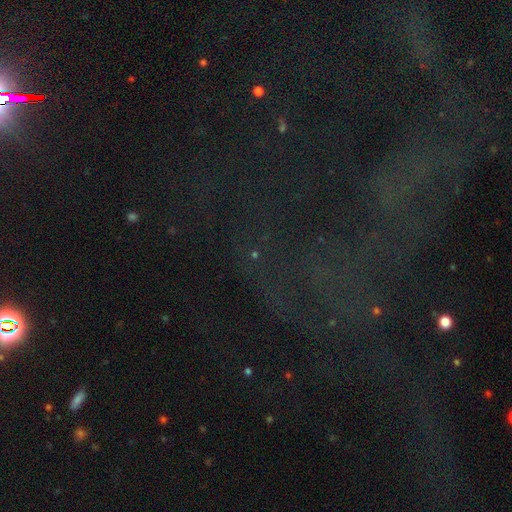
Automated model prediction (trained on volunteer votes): This appears to be a star or artifact, not a galaxy (76%).